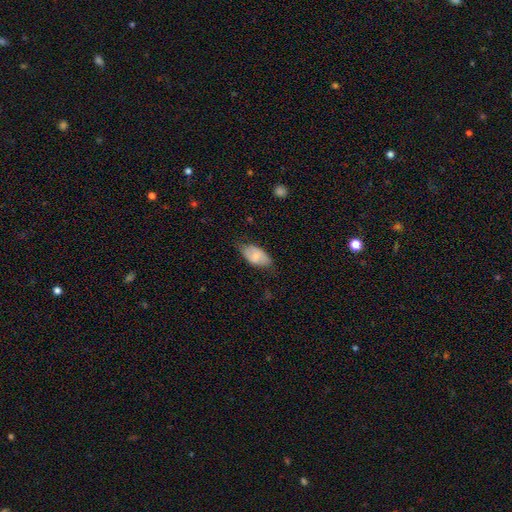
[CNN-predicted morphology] Smooth or featured? Predicted: smooth (p=0.71). How rounded? Predicted: in between (p=0.94). Merging? Predicted: none (p=0.69).